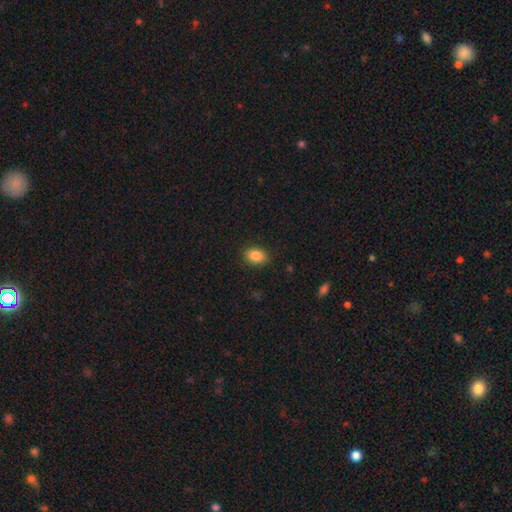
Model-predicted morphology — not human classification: smooth 87%, star or artifact 9%, featured or disk 5%. Down the decision tree: how rounded — in between (79%); merging — none (87%).